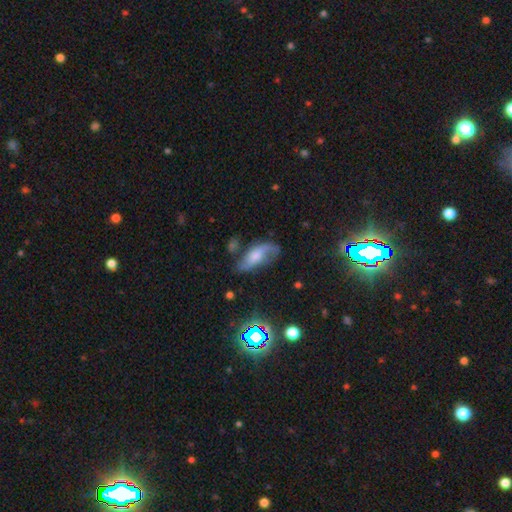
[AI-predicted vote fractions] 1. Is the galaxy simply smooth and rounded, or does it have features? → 55% featured or disk, 35% smooth, 10% star or artifact.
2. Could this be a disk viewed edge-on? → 87% no, 13% yes.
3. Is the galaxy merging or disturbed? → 56% none, 26% minor disturbance, 13% major disturbance, 5% merger.